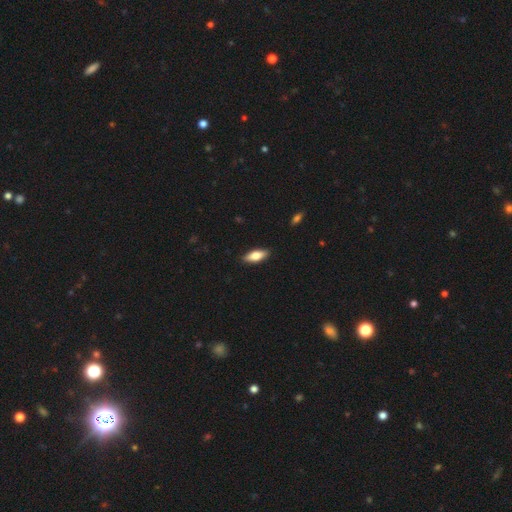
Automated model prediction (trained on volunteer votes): A smooth galaxy with no disk features (74%) that is in between round and cigar-shaped (74%). Merging: none (89%).